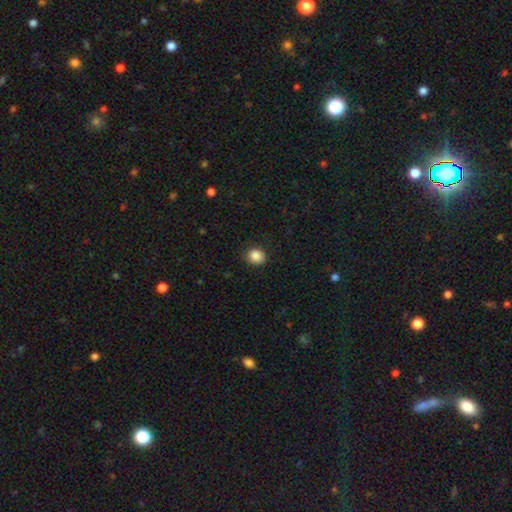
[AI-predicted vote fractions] smooth 87%, star or artifact 10%, featured or disk 3%. Down the decision tree: how rounded — round (75%); merging — none (88%).